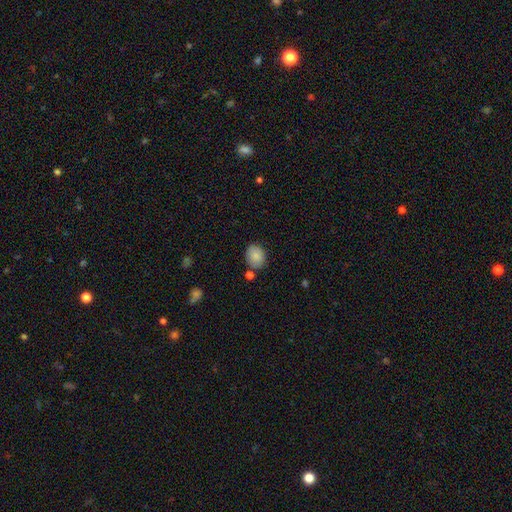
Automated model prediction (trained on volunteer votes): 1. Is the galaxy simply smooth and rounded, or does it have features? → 86% smooth, 8% star or artifact, 7% featured or disk.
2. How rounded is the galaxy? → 53% round, 46% in between, 1% cigar-shaped.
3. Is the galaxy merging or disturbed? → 78% none, 13% minor disturbance, 6% merger, 3% major disturbance.